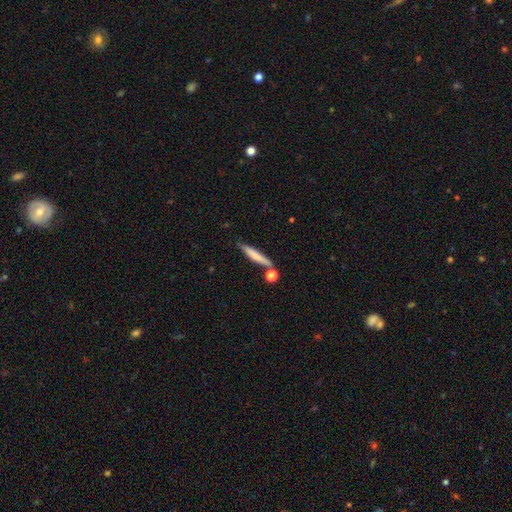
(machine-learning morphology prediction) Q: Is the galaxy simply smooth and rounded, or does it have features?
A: smooth — 69%.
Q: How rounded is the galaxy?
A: cigar-shaped — 90%.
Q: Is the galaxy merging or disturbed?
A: none — 71%.